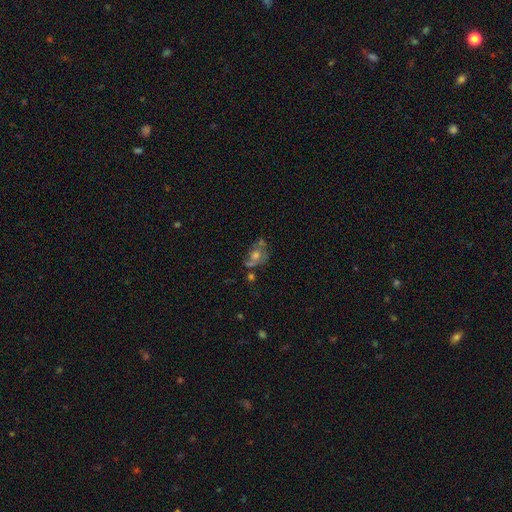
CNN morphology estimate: A featured or disk galaxy (56%) with no bar (81%), spiral arms (58%) and a moderate central bulge (61%).

Vote fractions:
- Smooth or featured? featured or disk: 56% / smooth: 27% / star or artifact: 17%
- Edge-on disk? no: 95% / yes: 5%
- Bar? no: 81% / weak: 15% / strong: 3%
- Spiral arms? yes: 58% / no: 42%
- Bulge size? moderate: 61% / large: 17% / small: 16% / none: 5% / dominant: 2%
- Merging? none: 45% / minor disturbance: 19% / merger: 19% / major disturbance: 17%